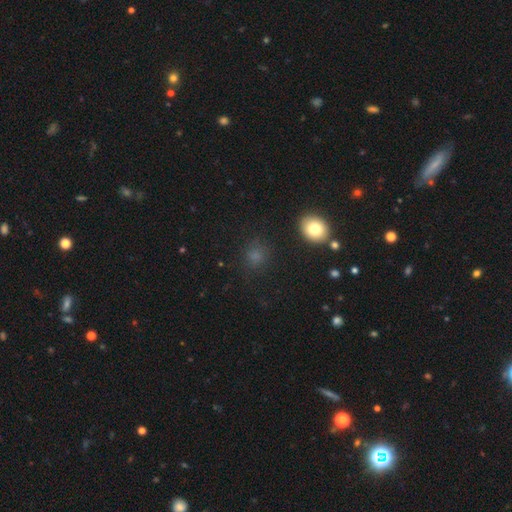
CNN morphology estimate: Smooth or featured?
  - smooth: 73% *
  - star or artifact: 20%
  - featured or disk: 7%
How rounded?
  - round: 79% *
  - in between: 20%
  - cigar-shaped: 1%
Merging?
  - none: 82% *
  - minor disturbance: 11%
  - major disturbance: 5%
  - merger: 3%